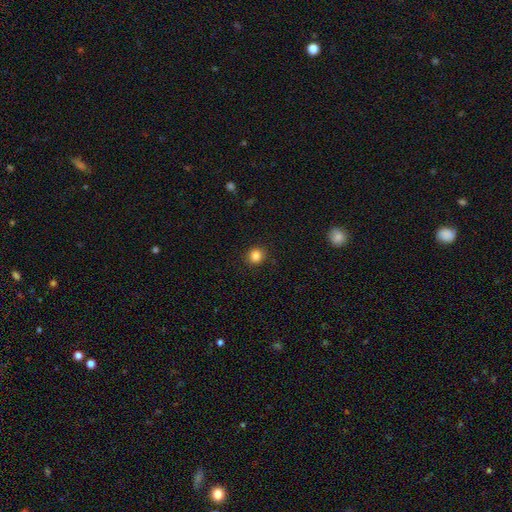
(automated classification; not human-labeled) Smooth or featured: smooth — 84% (star or artifact — 11%)
How rounded: round — 88% (in between — 11%)
Merging: none — 91% (minor disturbance — 6%)